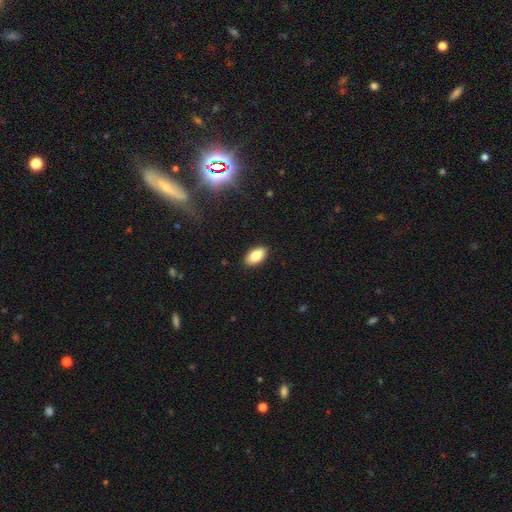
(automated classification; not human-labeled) Smooth or featured?
  - smooth: 81% *
  - featured or disk: 11%
  - star or artifact: 7%
How rounded?
  - in between: 93% *
  - round: 4%
  - cigar-shaped: 3%
Merging?
  - none: 90% *
  - minor disturbance: 8%
  - major disturbance: 2%
  - merger: 1%